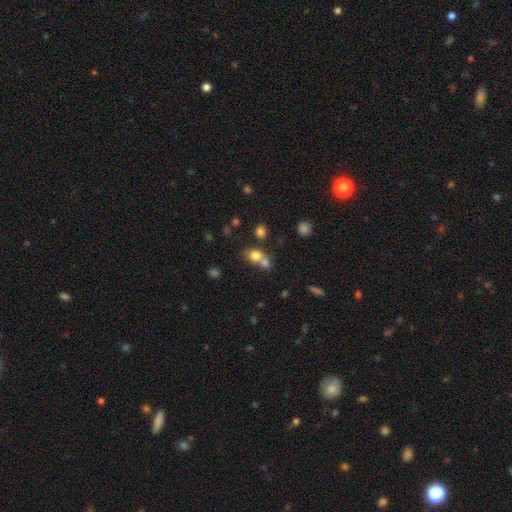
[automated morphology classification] smooth-or-featured: smooth: 75% | featured or disk: 13% | star or artifact: 12%
  how-rounded: round: 59% | in between: 39% | cigar-shaped: 2%
  merging: merger: 56% | none: 32% | minor disturbance: 8% | major disturbance: 4%